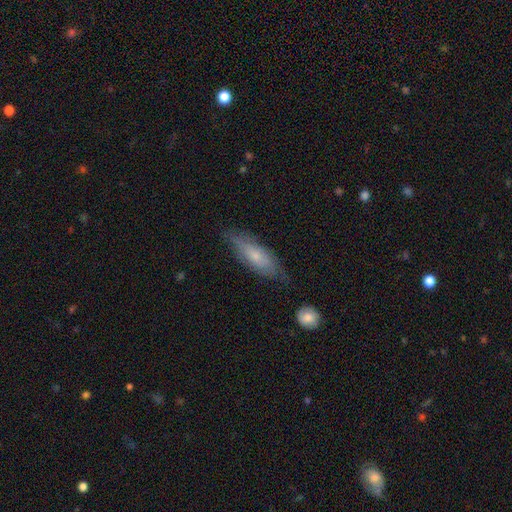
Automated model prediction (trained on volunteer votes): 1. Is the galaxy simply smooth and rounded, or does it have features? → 58% smooth, 36% featured or disk, 6% star or artifact.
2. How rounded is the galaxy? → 52% in between, 45% cigar-shaped, 2% round.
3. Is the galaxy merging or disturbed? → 66% none, 25% minor disturbance, 7% major disturbance, 2% merger.